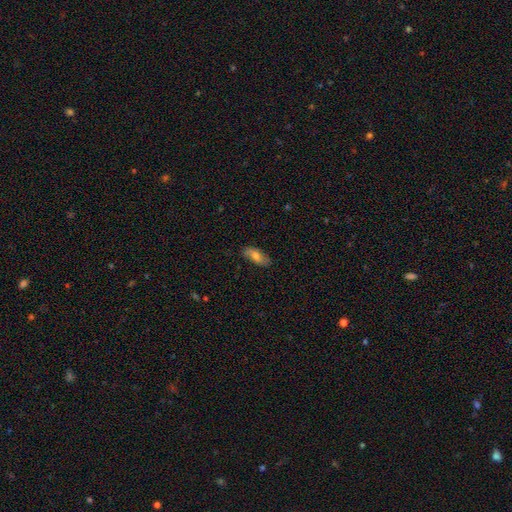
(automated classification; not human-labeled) smooth 59%, featured or disk 33%, star or artifact 8%. Down the decision tree: how rounded — in between (85%); merging — none (80%).